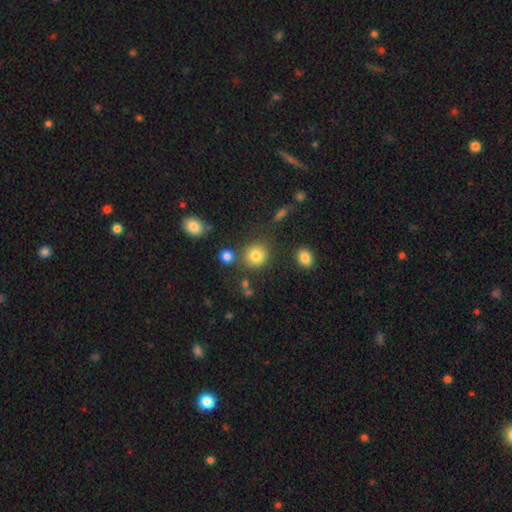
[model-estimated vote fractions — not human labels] Q: Smooth or featured?
A: smooth (81%); runner-up: star or artifact (12%)
Q: How rounded?
A: round (88%); runner-up: in between (11%)
Q: Merging?
A: none (80%); runner-up: minor disturbance (9%)